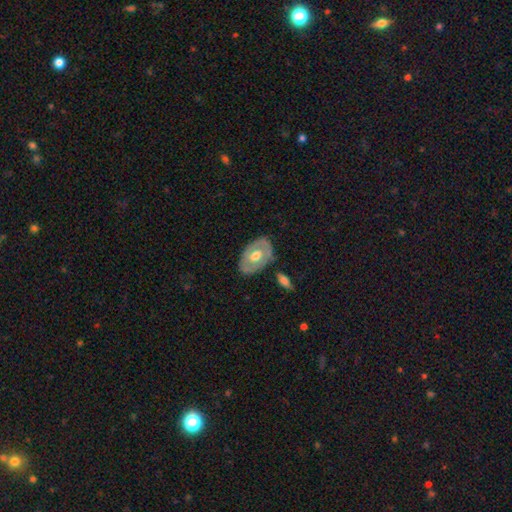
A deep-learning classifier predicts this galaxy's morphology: Smooth or featured: featured or disk — 56% (smooth — 39%)
Edge-on disk: no — 90% (yes — 10%)
Bar: no — 74% (weak — 21%)
Spiral arms: no — 72% (yes — 28%)
Bulge size: moderate — 68% (large — 23%)
Merging: none — 73% (minor disturbance — 17%)